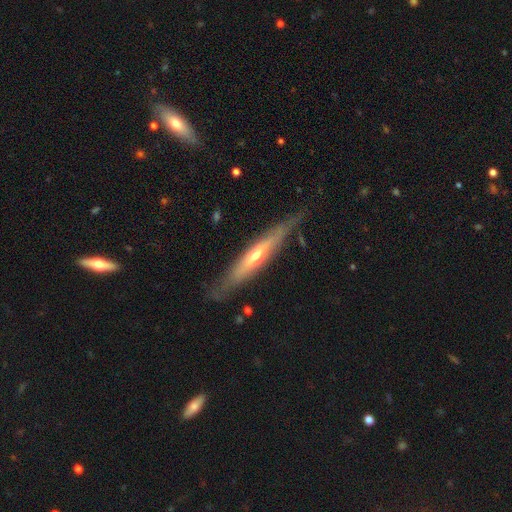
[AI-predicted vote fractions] smooth-or-featured: featured or disk: 67% | smooth: 27% | star or artifact: 6%
  disk-edge-on: yes: 86% | no: 14%
    edge-on-bulge: rounded: 76% | none: 20% | boxy: 4%
  merging: none: 76% | minor disturbance: 18% | major disturbance: 4% | merger: 2%